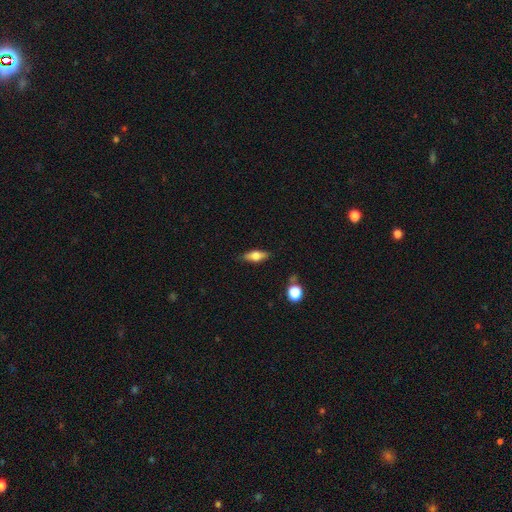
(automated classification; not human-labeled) Overall: smooth (59%; featured or disk 33%). How rounded: in between (66%; cigar-shaped 30%). Merging: none (83%).